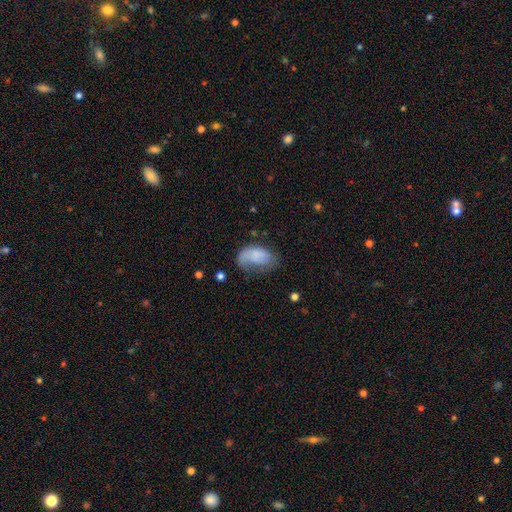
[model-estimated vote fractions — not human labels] Q: Smooth or featured?
A: smooth (67%); runner-up: featured or disk (24%)
Q: How rounded?
A: in between (91%); runner-up: round (7%)
Q: Merging?
A: major disturbance (34%); runner-up: minor disturbance (32%)